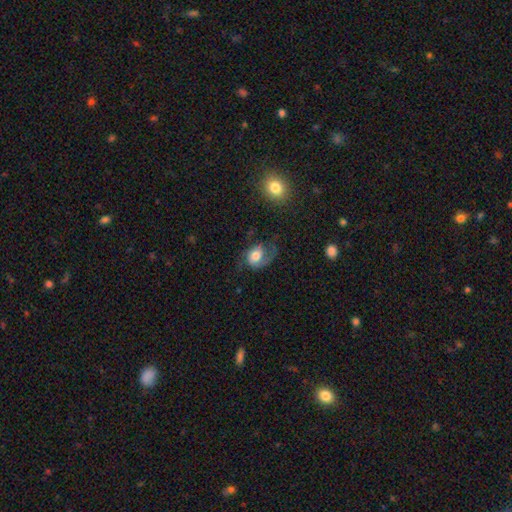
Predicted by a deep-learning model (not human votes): Smooth or featured: featured or disk — 52% (smooth — 40%)
Edge-on disk: no — 97% (yes — 3%)
Merging: none — 41% (major disturbance — 33%)